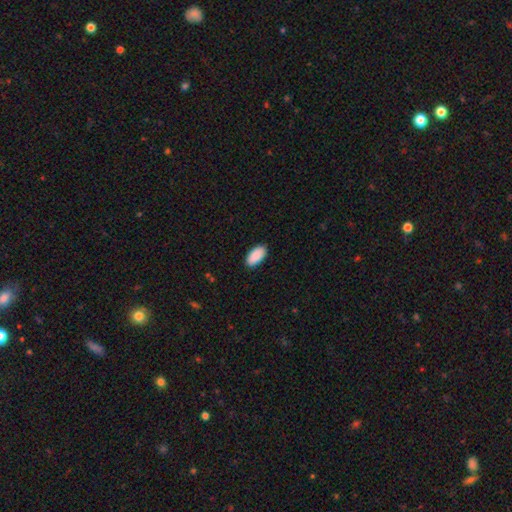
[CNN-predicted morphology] Smooth or featured? smooth (91%)
How rounded? in between (95%)
Merging? none (89%)